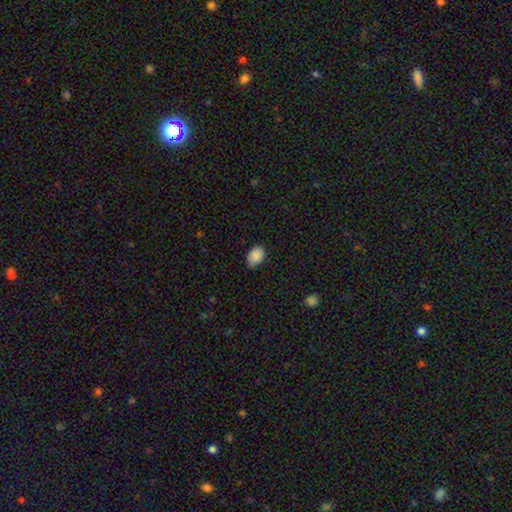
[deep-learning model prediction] A smooth galaxy with no disk features (89%) that is in between round and cigar-shaped (76%). Merging: none (73%).